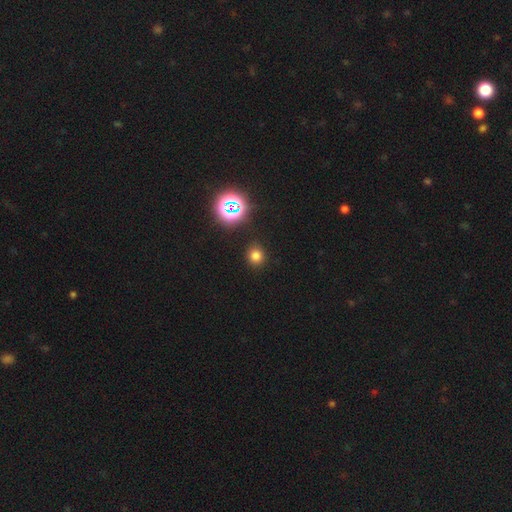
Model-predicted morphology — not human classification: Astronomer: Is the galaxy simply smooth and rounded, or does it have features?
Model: smooth — 73%.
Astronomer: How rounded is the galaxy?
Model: round — 85%.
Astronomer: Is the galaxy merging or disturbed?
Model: none — 89%.